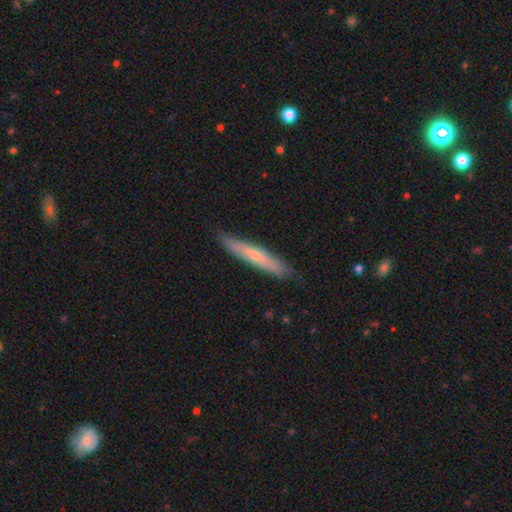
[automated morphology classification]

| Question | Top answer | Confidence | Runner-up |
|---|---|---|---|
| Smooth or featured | smooth | 56% | featured or disk (39%) |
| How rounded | cigar-shaped | 92% | in between (7%) |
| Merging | none | 85% | minor disturbance (12%) |